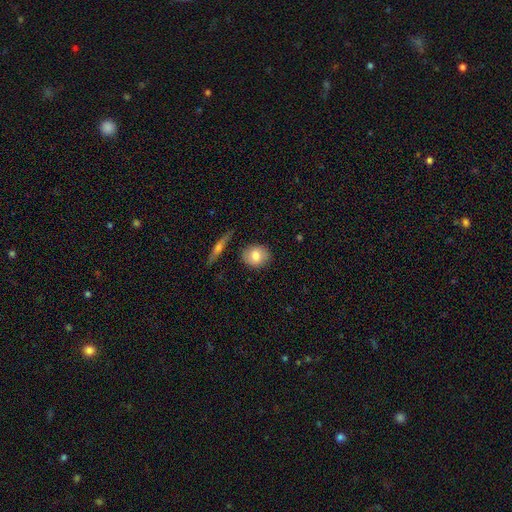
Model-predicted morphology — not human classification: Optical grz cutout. It shows a smooth galaxy with no disk features (77%) that is round (64%). Merging: none (84%).